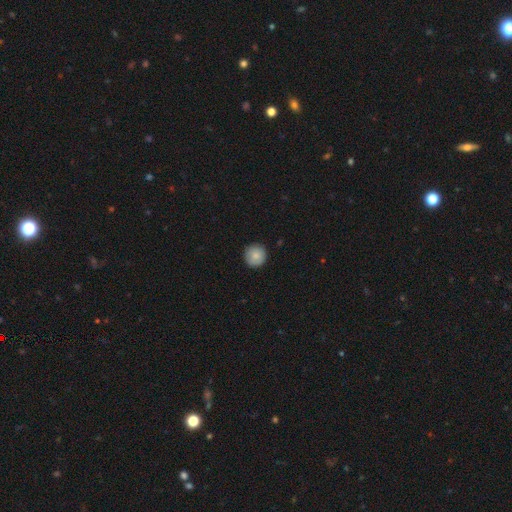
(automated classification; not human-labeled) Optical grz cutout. It shows a smooth galaxy with no disk features (83%) that is round (95%). Merging: none (90%).